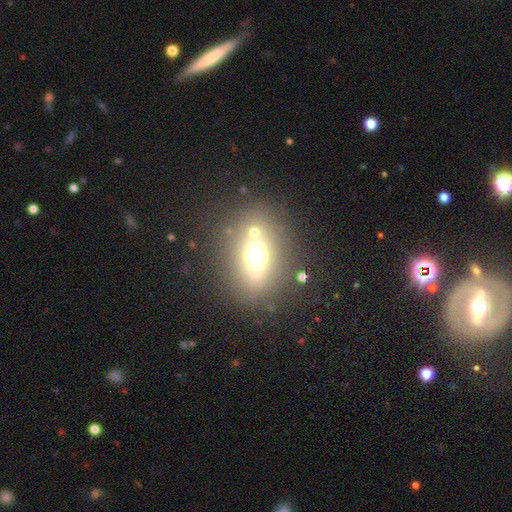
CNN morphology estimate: Smooth or featured?
  - smooth: 55% *
  - star or artifact: 26%
  - featured or disk: 19%
How rounded?
  - in between: 49% *
  - round: 48%
  - cigar-shaped: 3%
Merging?
  - none: 78% *
  - minor disturbance: 9%
  - merger: 7%
  - major disturbance: 6%